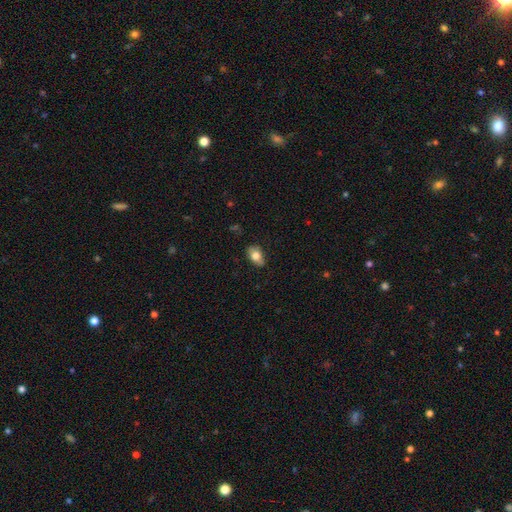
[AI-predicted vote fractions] This appears to be a smooth galaxy with no disk features (76%) that is in between round and cigar-shaped (87%). Merging: none (75%).